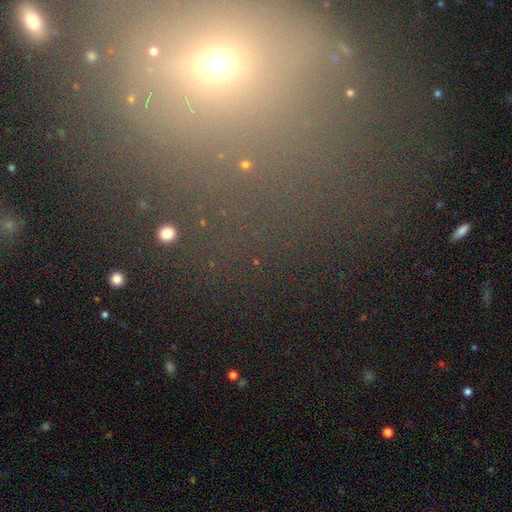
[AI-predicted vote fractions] smooth_or_featured: star or artifact (p=0.50) [alt: smooth p=0.37]